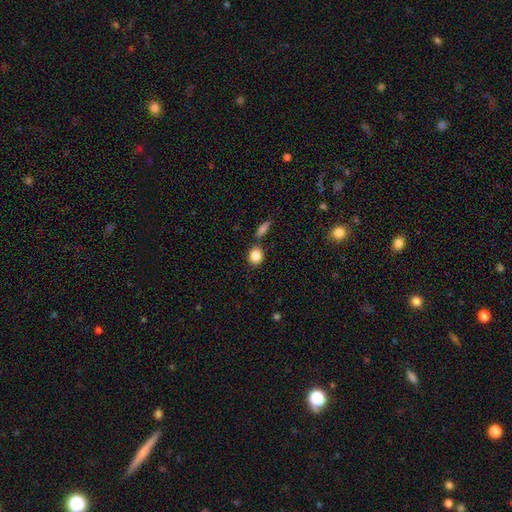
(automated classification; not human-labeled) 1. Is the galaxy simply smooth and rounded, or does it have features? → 87% smooth, 8% star or artifact, 5% featured or disk.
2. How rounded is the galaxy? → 63% round, 36% in between, 2% cigar-shaped.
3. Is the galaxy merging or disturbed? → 77% none, 10% merger, 10% minor disturbance, 3% major disturbance.